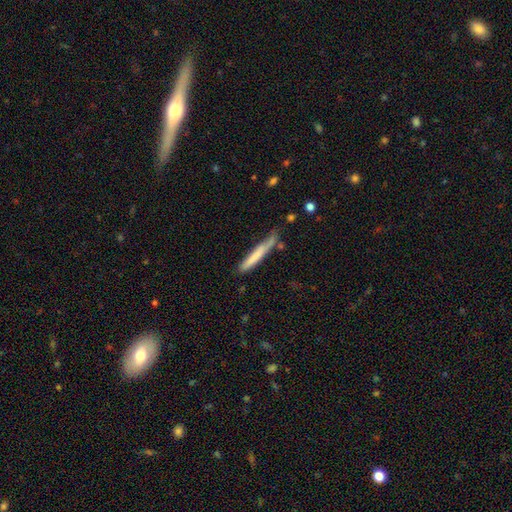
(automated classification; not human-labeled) Smooth or featured: smooth — 69% (featured or disk — 25%)
How rounded: cigar-shaped — 96% (in between — 3%)
Merging: none — 65% (minor disturbance — 24%)